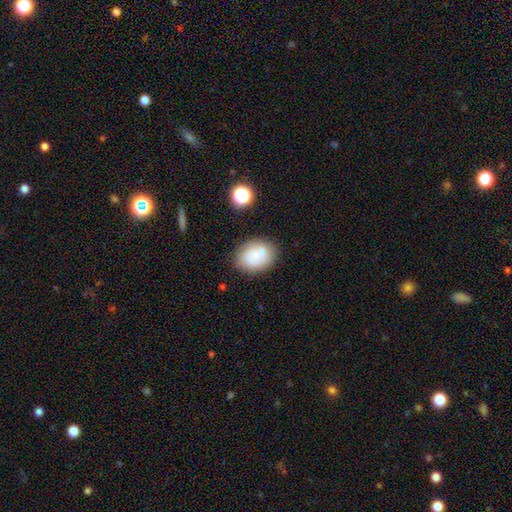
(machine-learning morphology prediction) smooth-or-featured: smooth: 62% | featured or disk: 28% | star or artifact: 10%
  how-rounded: in between: 63% | round: 36% | cigar-shaped: 1%
  merging: none: 69% | minor disturbance: 18% | merger: 7% | major disturbance: 6%